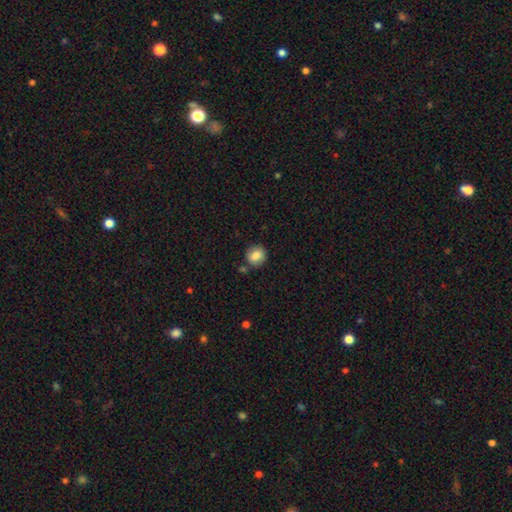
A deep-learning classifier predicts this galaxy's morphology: A smooth galaxy with no disk features (83%) that is round (79%). Merging: none (78%).